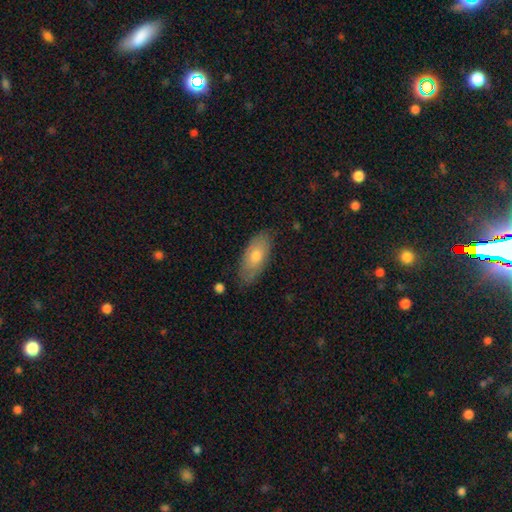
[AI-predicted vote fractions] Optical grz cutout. It shows a smooth galaxy with no disk features (66%) that is in between round and cigar-shaped (86%). Merging: none (79%).